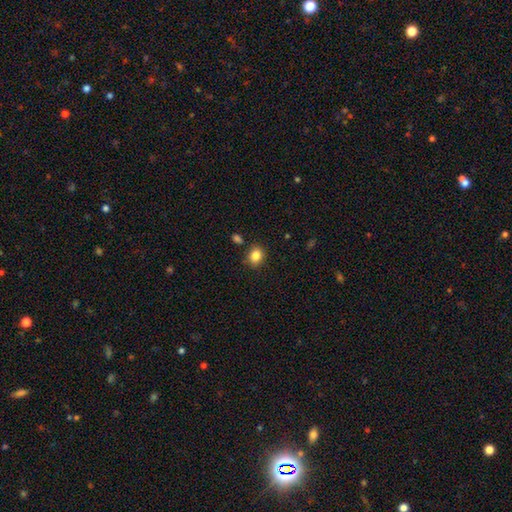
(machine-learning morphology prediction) type=smooth (84%); roundness=round (56%); merging=none (83%).